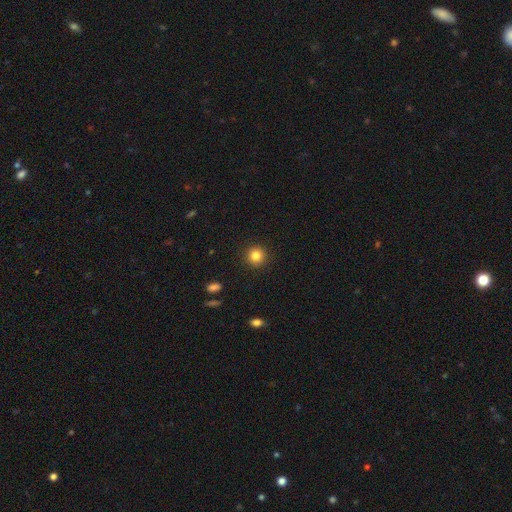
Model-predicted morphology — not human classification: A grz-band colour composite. It shows a smooth galaxy with no disk features (83%) that is round (94%). Merging: none (92%).